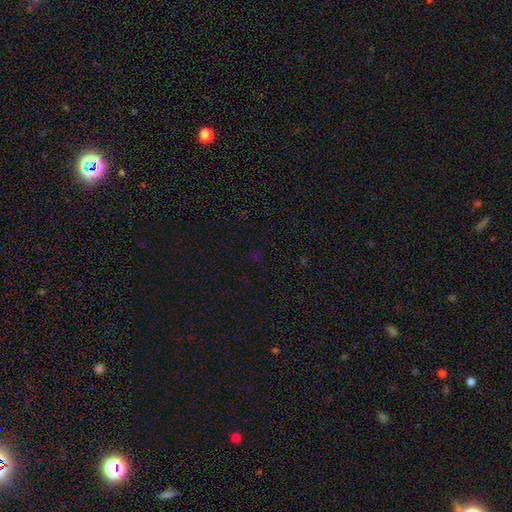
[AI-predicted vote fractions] smooth_or_featured: star or artifact (p=0.66) [alt: smooth p=0.27]